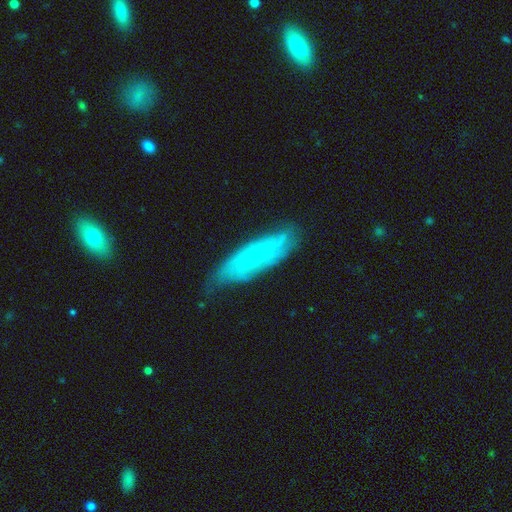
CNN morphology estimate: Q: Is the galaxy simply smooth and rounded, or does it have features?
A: featured or disk — 55%.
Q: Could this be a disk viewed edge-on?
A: no — 76%.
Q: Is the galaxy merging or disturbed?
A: none — 65%.